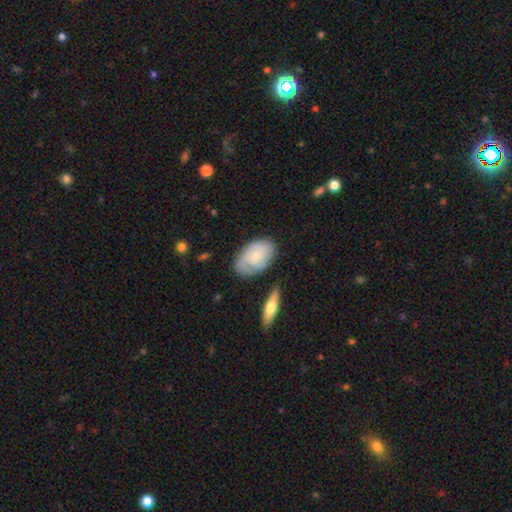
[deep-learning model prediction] Morphology: type=featured or disk (53%); edge-on=no (93%); merging=none (71%).